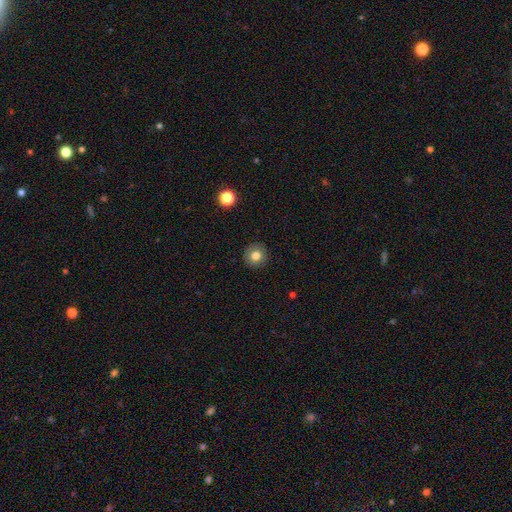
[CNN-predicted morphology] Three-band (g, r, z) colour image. It shows a smooth galaxy with no disk features (77%) that is round (92%). Merging: none (90%).